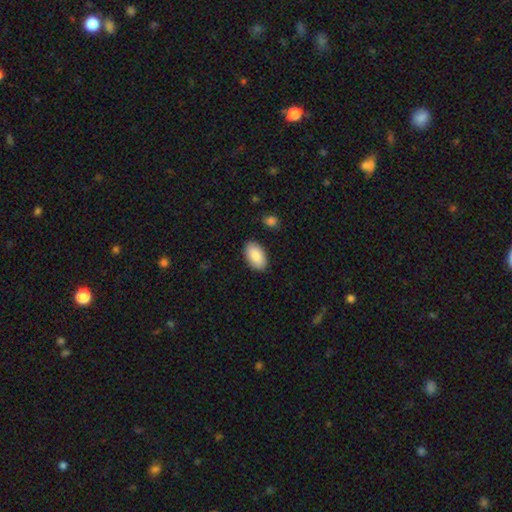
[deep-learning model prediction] This appears to be a smooth galaxy with no disk features (89%) that is in between round and cigar-shaped (95%). Merging: none (87%).